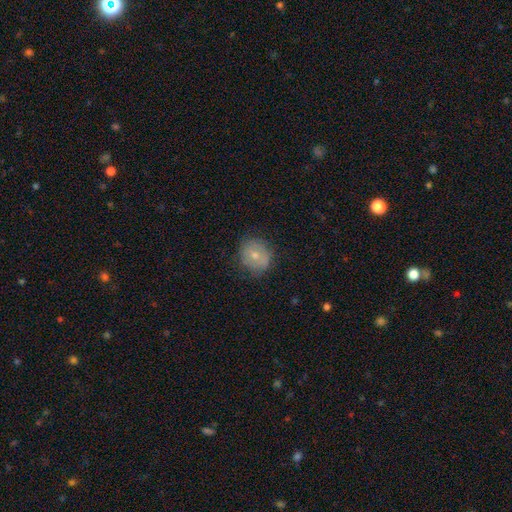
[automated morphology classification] smooth_or_featured: smooth (p=0.66) [alt: featured or disk p=0.24]
how_rounded: round (p=0.79) [alt: in between p=0.20]
merging: none (p=0.76) [alt: minor disturbance p=0.17]